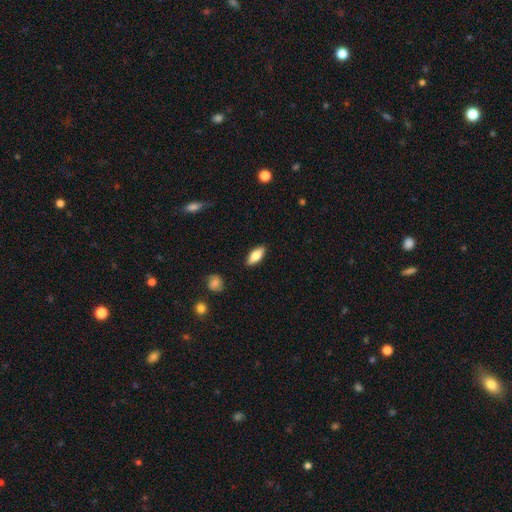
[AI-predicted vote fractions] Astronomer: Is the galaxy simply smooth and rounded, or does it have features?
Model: smooth — 73%.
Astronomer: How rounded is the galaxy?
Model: in between — 80%.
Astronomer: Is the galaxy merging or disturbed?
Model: none — 88%.